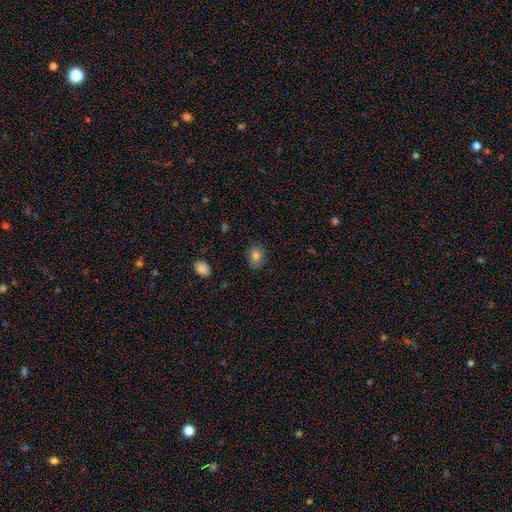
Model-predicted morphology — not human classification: smooth_or_featured: smooth (p=0.81) [alt: star or artifact p=0.11]
how_rounded: in between (p=0.57) [alt: round p=0.42]
merging: none (p=0.82) [alt: minor disturbance p=0.14]